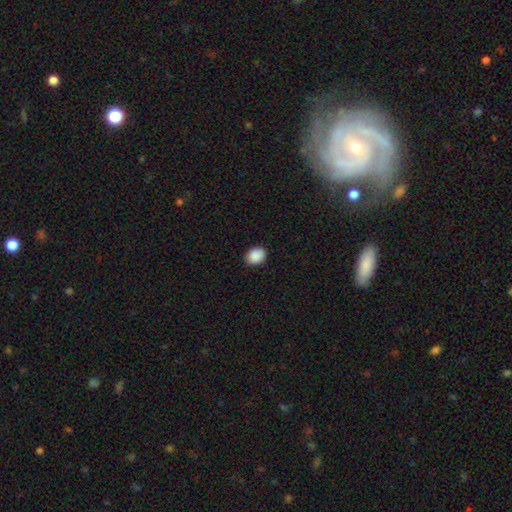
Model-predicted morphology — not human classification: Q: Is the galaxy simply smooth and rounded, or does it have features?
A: smooth — 90%.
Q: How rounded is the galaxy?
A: in between — 62%.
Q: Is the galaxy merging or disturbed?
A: none — 88%.